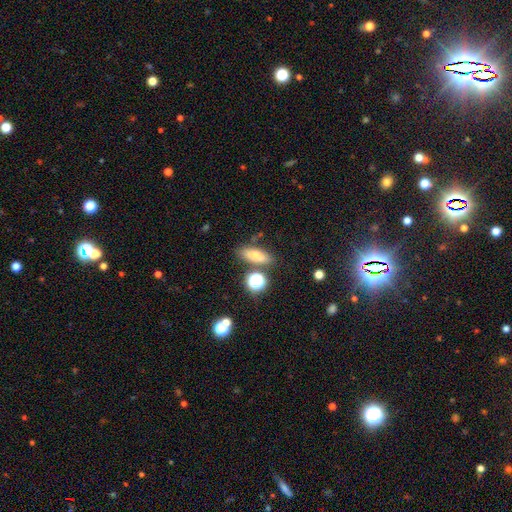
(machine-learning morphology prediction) Q: Smooth or featured?
A: smooth (73%); runner-up: featured or disk (14%)
Q: How rounded?
A: in between (53%); runner-up: cigar-shaped (39%)
Q: Merging?
A: none (75%); runner-up: minor disturbance (12%)